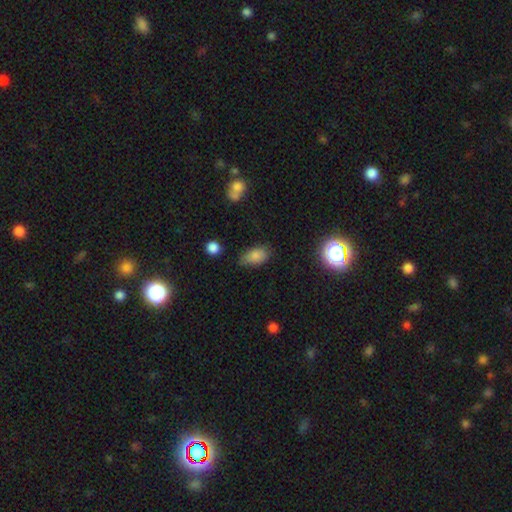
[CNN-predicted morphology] Overall: smooth (80%). How rounded: in between (89%). Merging: none (61%; minor disturbance 30%).